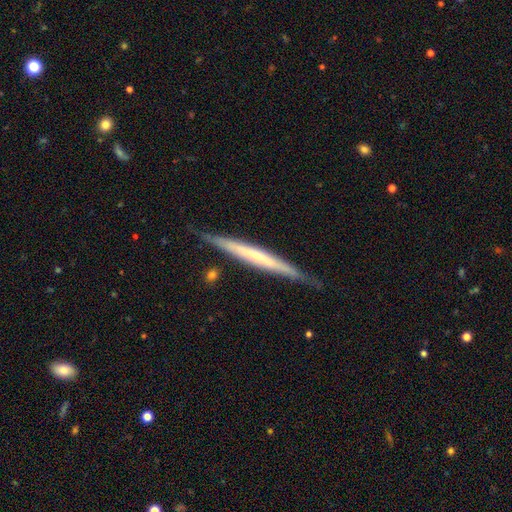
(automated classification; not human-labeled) Smooth or featured: featured or disk — 62% (smooth — 33%)
Edge-on disk: yes — 96% (no — 4%)
Edge-on bulge: none — 72% (rounded — 20%)
Merging: none — 83% (minor disturbance — 13%)